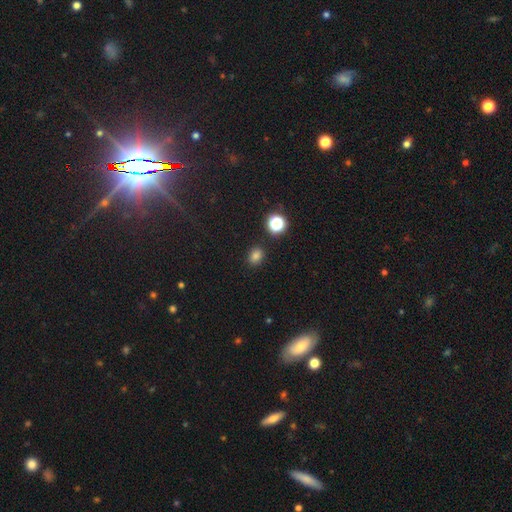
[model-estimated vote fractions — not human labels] Q: Smooth or featured?
A: smooth (79%); runner-up: star or artifact (17%)
Q: How rounded?
A: round (52%); runner-up: in between (47%)
Q: Merging?
A: none (86%); runner-up: minor disturbance (9%)